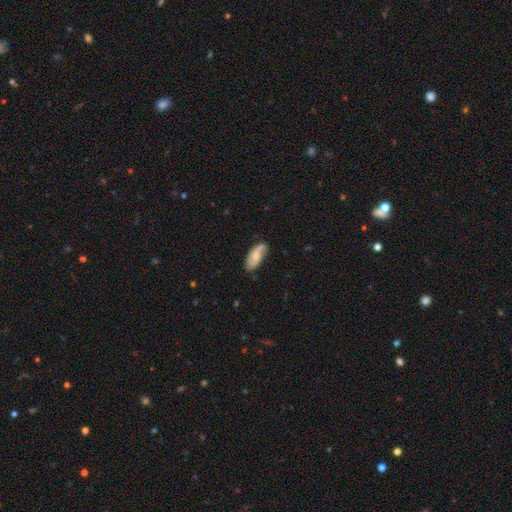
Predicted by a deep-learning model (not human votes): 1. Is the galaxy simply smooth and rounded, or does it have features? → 50% smooth, 44% featured or disk, 6% star or artifact.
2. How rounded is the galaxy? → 84% in between, 13% cigar-shaped, 2% round.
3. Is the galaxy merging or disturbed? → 69% none, 23% minor disturbance, 5% major disturbance, 2% merger.